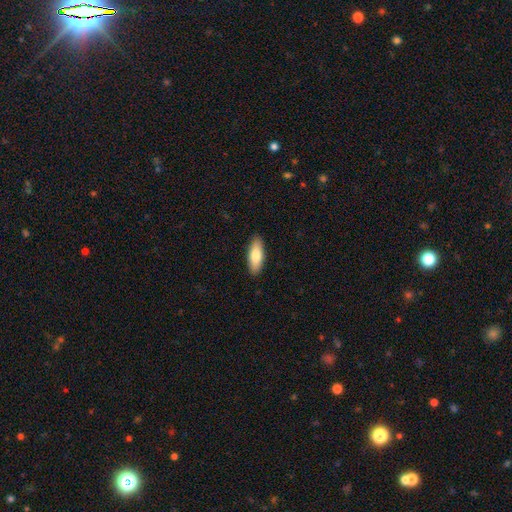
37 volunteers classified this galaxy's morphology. Smooth or featured?
  - smooth: 86% *
  - featured or disk: 11%
  - star or artifact: 3%
How rounded?
  - in between: 72% *
  - cigar-shaped: 28%
  - round: 0%
Merging?
  - none: 94% *
  - minor disturbance: 6%
  - major disturbance: 0%
  - merger: 0%